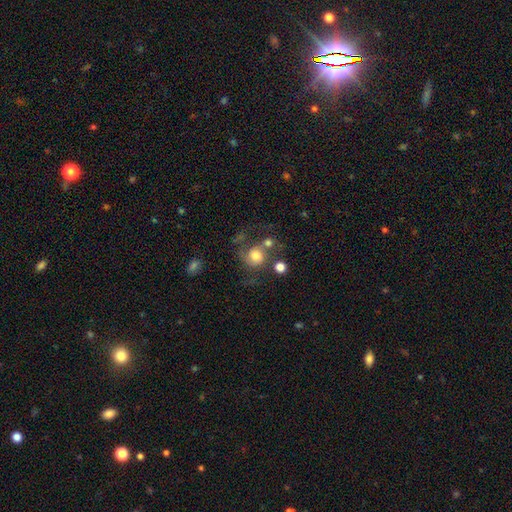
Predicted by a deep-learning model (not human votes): Smooth or featured: smooth — 60% (featured or disk — 30%)
How rounded: round — 80% (in between — 19%)
Merging: none — 38% (merger — 25%)